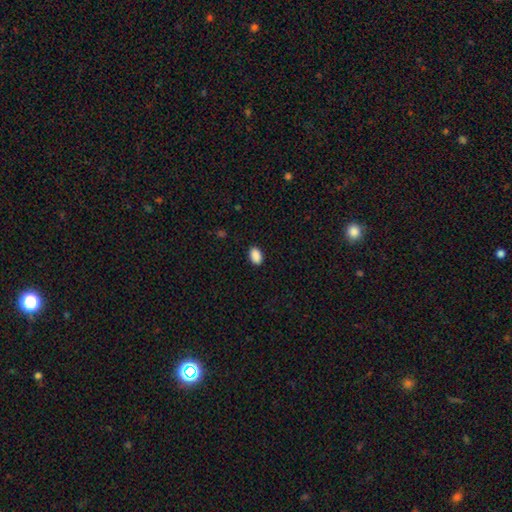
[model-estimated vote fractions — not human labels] Morphology: type=smooth (90%); roundness=in between (90%); merging=none (89%).